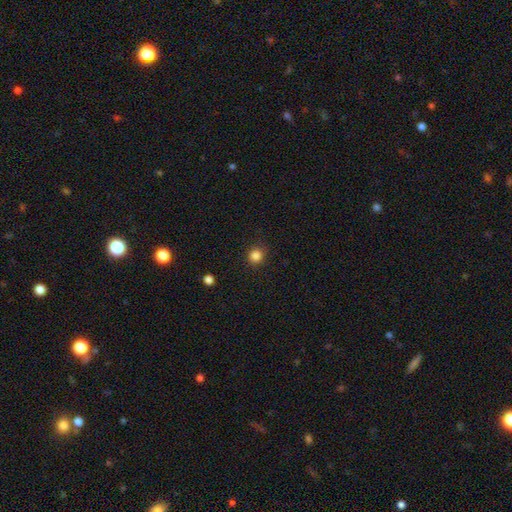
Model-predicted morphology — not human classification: Smooth or featured? Predicted: smooth (p=0.84). How rounded? Predicted: round (p=0.90). Merging? Predicted: none (p=0.90).